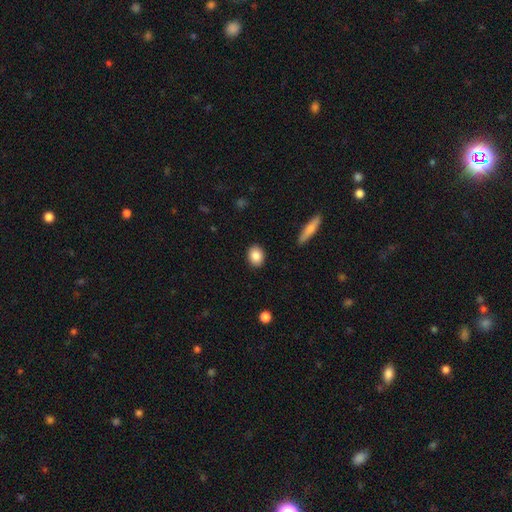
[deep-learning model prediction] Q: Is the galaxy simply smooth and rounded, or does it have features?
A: smooth — 86%.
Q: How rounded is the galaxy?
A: in between — 54%.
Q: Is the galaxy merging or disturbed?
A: none — 90%.